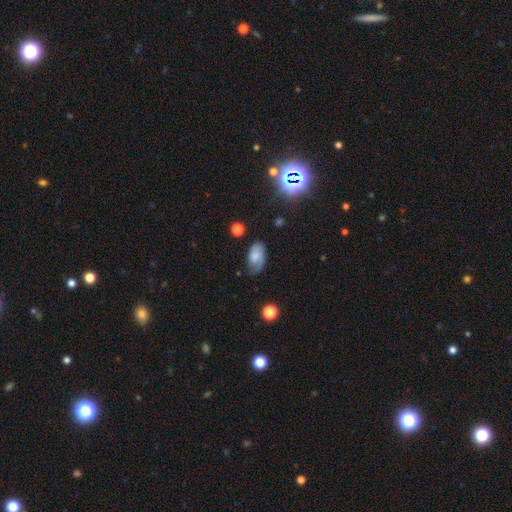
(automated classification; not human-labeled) A smooth galaxy with no disk features (57%) that is in between round and cigar-shaped (92%). Merging: none (57%).